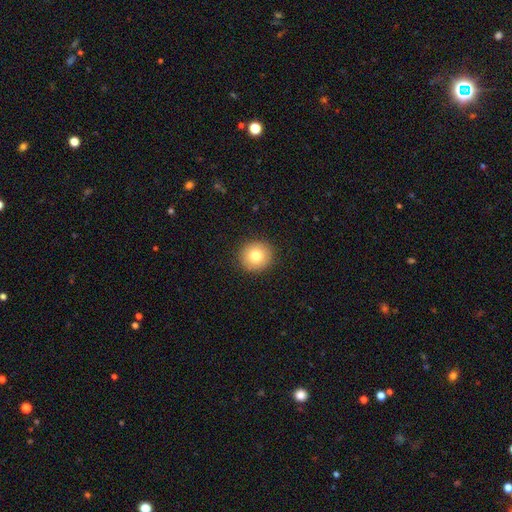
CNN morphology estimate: Smooth or featured? Predicted: smooth (p=0.79). How rounded? Predicted: round (p=0.92). Merging? Predicted: none (p=0.91).